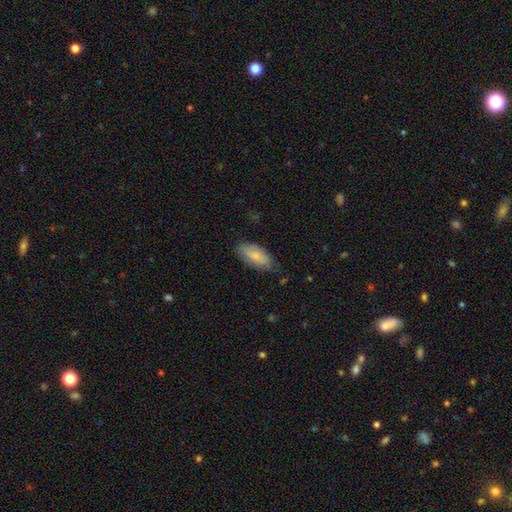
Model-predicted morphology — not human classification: Smooth or featured? Predicted: smooth (p=0.76). How rounded? Predicted: in between (p=0.87). Merging? Predicted: none (p=0.70).